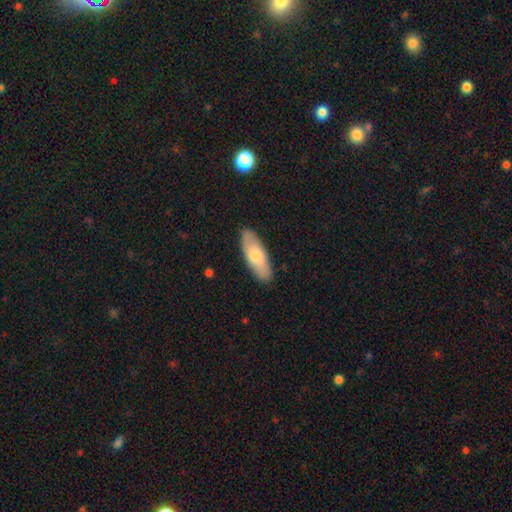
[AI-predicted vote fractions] Overall: smooth (71%). How rounded: in between (65%; cigar-shaped 33%). Merging: none (88%).